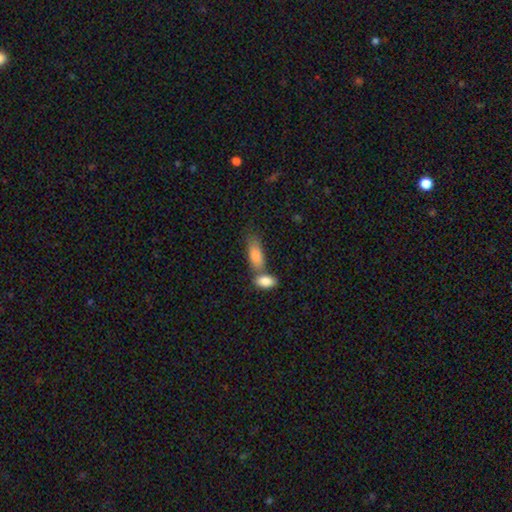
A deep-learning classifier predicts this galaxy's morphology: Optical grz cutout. It shows a smooth galaxy with no disk features (83%) that is in between round and cigar-shaped (80%). Merging: merger (45%).